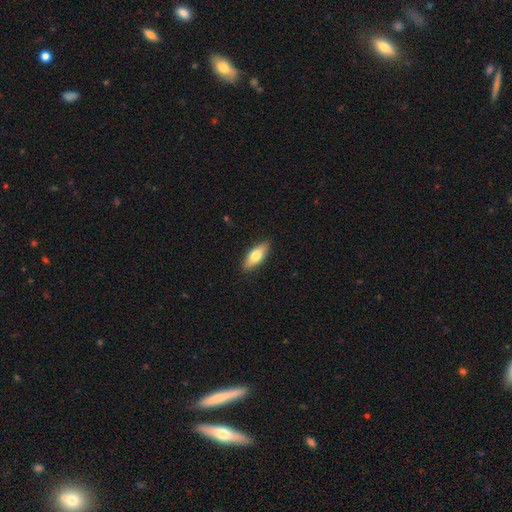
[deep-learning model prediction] A smooth galaxy with no disk features (71%) that is in between round and cigar-shaped (72%).

Vote fractions:
- Smooth or featured? smooth: 71% / featured or disk: 23% / star or artifact: 6%
- How rounded? in between: 72% / cigar-shaped: 26% / round: 3%
- Merging? none: 89% / minor disturbance: 8% / major disturbance: 2% / merger: 1%